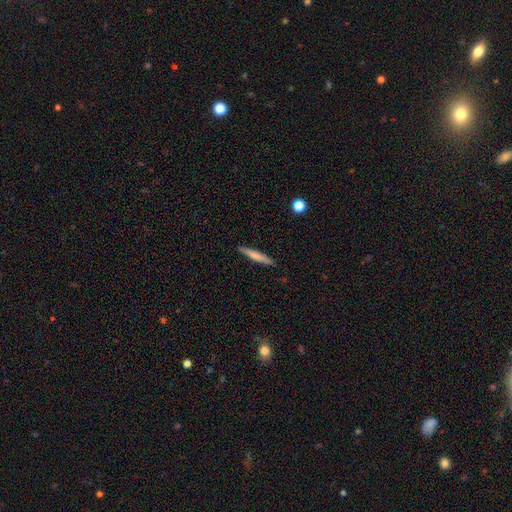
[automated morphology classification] This appears to be a smooth galaxy with no disk features (62%) that is cigar-shaped (94%). Merging: none (89%).